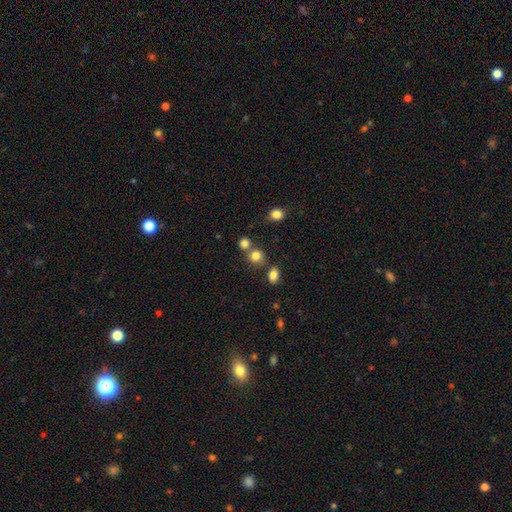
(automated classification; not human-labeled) smooth_or_featured: smooth (p=0.80) [alt: star or artifact p=0.13]
how_rounded: round (p=0.81) [alt: in between p=0.18]
merging: none (p=0.61) [alt: merger p=0.26]